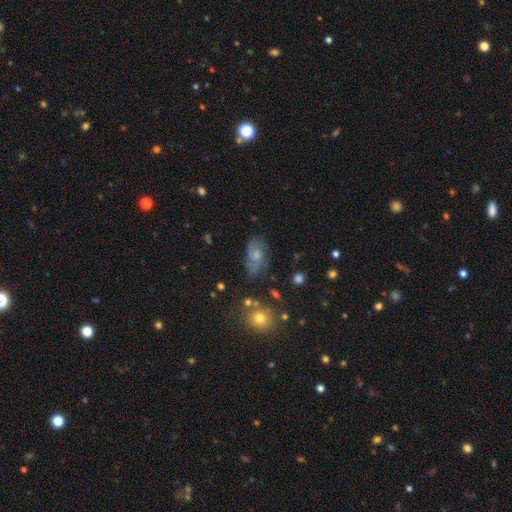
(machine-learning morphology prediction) Smooth or featured: smooth — 50% (featured or disk — 39%)
Merging: none — 57% (minor disturbance — 26%)